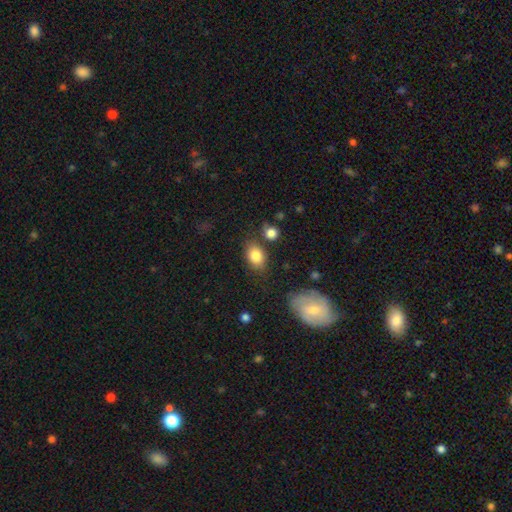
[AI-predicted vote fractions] The model was most divided on "how rounded": in between: 77%, round: 22%, cigar-shaped: 2%. More confident: smooth or featured — smooth (83%); merging — none (72%).